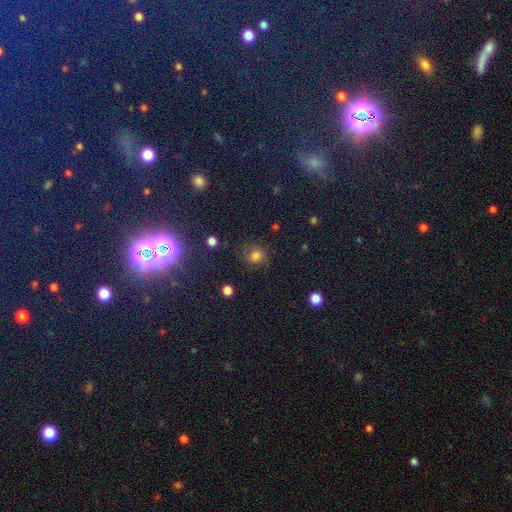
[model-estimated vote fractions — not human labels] Smooth or featured? smooth (72%)
How rounded? round (83%)
Merging? none (77%)